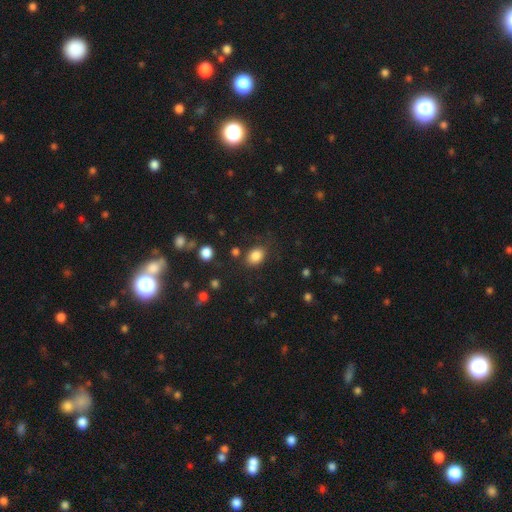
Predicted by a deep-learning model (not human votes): Q: Smooth or featured?
A: smooth (84%); runner-up: star or artifact (10%)
Q: How rounded?
A: in between (67%); runner-up: round (32%)
Q: Merging?
A: none (77%); runner-up: minor disturbance (14%)